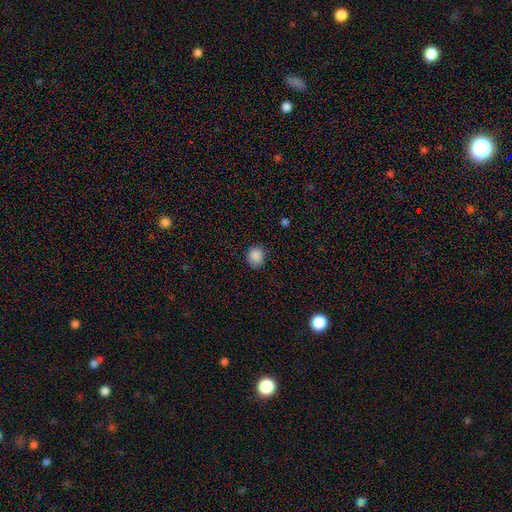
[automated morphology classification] smooth 88%, star or artifact 9%, featured or disk 3%. Down the decision tree: how rounded — round (77%); merging — none (82%).